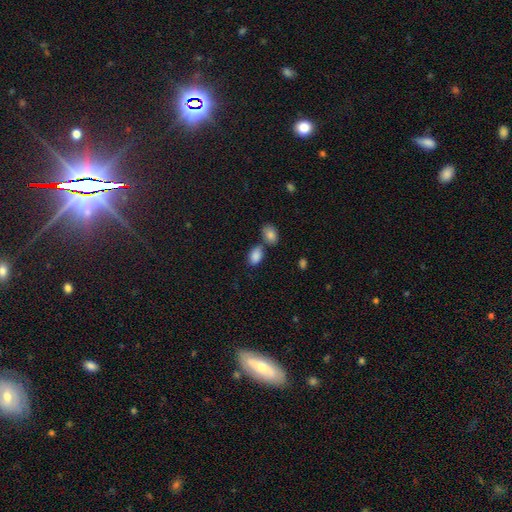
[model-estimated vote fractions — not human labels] This is clearly a smooth galaxy (87%). How rounded: clearly in between (88%). Merging: possibly none (55%).